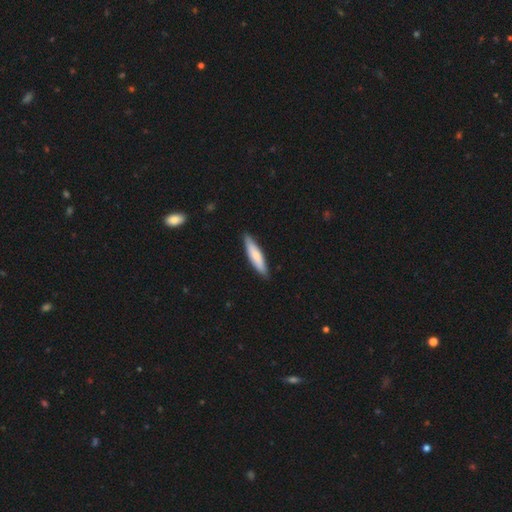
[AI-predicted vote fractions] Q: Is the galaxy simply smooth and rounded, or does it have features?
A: smooth — 71%.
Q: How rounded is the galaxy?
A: cigar-shaped — 78%.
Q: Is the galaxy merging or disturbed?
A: none — 87%.